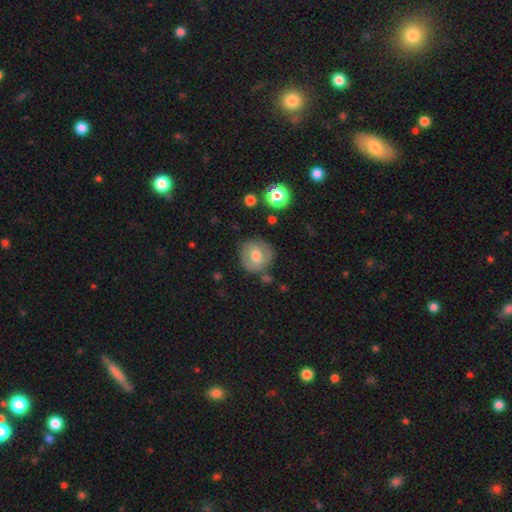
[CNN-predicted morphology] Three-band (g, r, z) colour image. It shows a smooth galaxy with no disk features (63%) that is round (90%). Merging: none (78%).